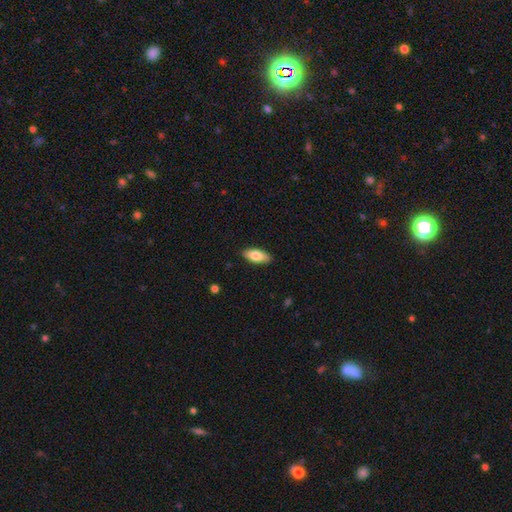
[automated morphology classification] Smooth or featured: smooth — 78% (featured or disk — 16%)
How rounded: in between — 84% (cigar-shaped — 14%)
Merging: none — 88% (minor disturbance — 9%)